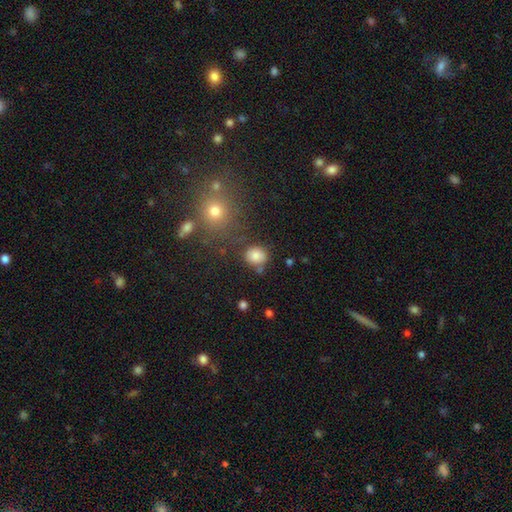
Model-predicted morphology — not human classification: Smooth or featured?
  - smooth: 81% *
  - star or artifact: 12%
  - featured or disk: 7%
How rounded?
  - round: 76% *
  - in between: 23%
  - cigar-shaped: 1%
Merging?
  - none: 75% *
  - minor disturbance: 13%
  - merger: 7%
  - major disturbance: 4%